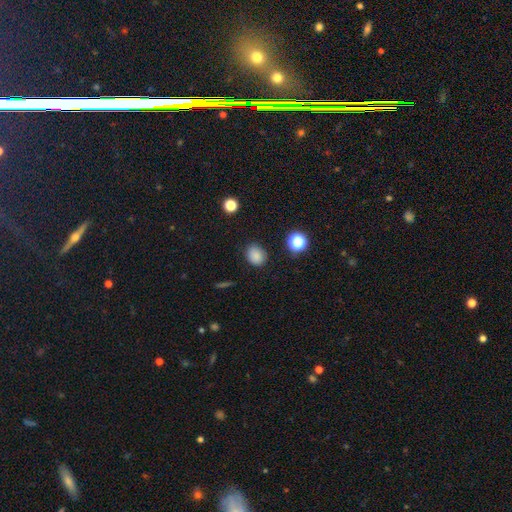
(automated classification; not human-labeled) Smooth or featured: smooth — 84% (star or artifact — 12%)
How rounded: round — 55% (in between — 44%)
Merging: none — 82% (minor disturbance — 13%)